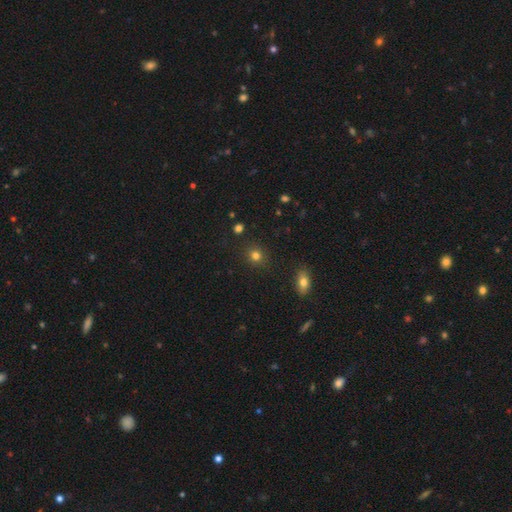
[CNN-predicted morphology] A smooth galaxy with no disk features (80%) that is round (82%). Merging: none (88%).